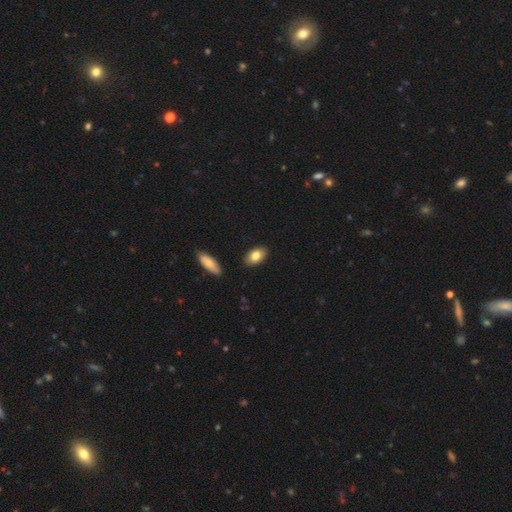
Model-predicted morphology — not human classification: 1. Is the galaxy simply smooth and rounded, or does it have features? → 81% smooth, 12% featured or disk, 7% star or artifact.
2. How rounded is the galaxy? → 92% in between, 6% round, 2% cigar-shaped.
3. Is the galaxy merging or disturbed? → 88% none, 9% minor disturbance, 2% merger, 2% major disturbance.